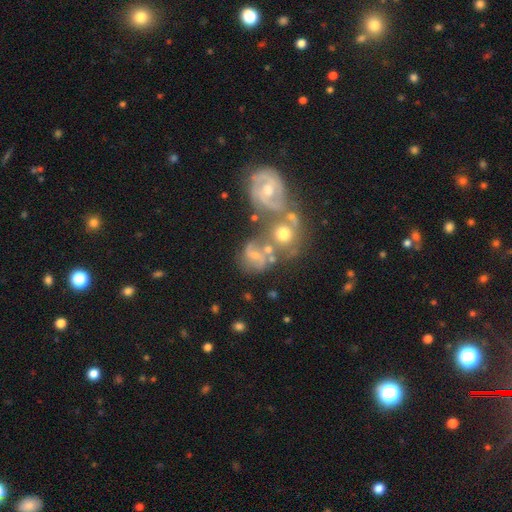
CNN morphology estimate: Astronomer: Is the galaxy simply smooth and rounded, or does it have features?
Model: featured or disk — 59%.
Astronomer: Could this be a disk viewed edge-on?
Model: no — 97%.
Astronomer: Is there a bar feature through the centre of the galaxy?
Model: no — 43% (runner-up: weak, 41%).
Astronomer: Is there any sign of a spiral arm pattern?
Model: yes — 82%.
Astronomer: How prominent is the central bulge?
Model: moderate — 45% (runner-up: small, 41%).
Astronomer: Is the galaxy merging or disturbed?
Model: merger — 41% (runner-up: none, 32%).